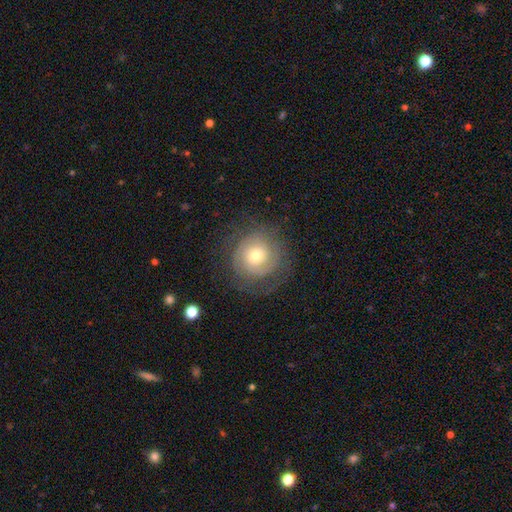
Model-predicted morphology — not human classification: Smooth or featured?
  - featured or disk: 63% *
  - smooth: 29%
  - star or artifact: 9%
Edge-on disk?
  - no: 97% *
  - yes: 3%
Bar?
  - no: 75% *
  - weak: 20%
  - strong: 4%
Spiral arms?
  - yes: 83% *
  - no: 17%
Spiral winding?
  - tight: 68% *
  - medium: 23%
  - loose: 9%
Spiral arm count?
  - can't tell: 41% *
  - 2: 33%
  - 3: 11%
  - 1: 8%
  - 4: 4%
  - more than 4: 4%
Bulge size?
  - moderate: 53% *
  - small: 40%
  - large: 5%
  - dominant: 1%
  - none: 1%
Merging?
  - none: 75% *
  - minor disturbance: 14%
  - major disturbance: 10%
  - merger: 1%